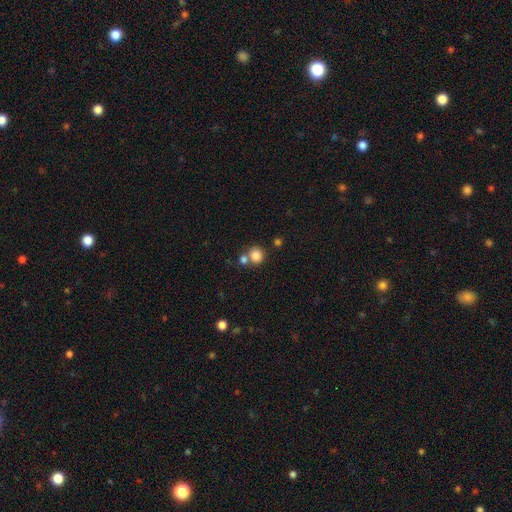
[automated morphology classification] smooth_or_featured: smooth (p=0.83) [alt: star or artifact p=0.11]
how_rounded: round (p=0.85) [alt: in between p=0.14]
merging: none (p=0.60) [alt: merger p=0.29]